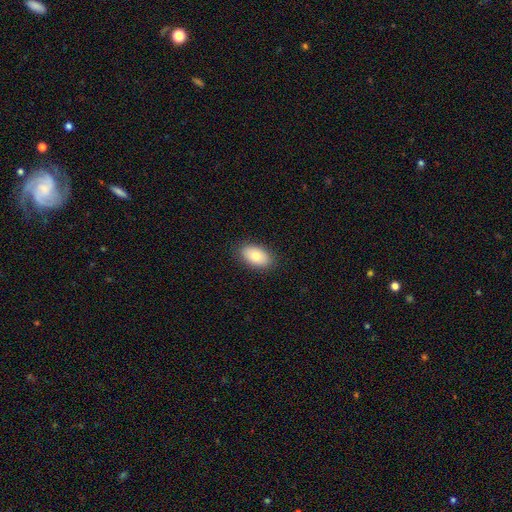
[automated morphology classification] The model was most divided on "smooth or featured": smooth: 80%, featured or disk: 13%, star or artifact: 7%. More confident: how rounded — in between (93%); merging — none (88%).